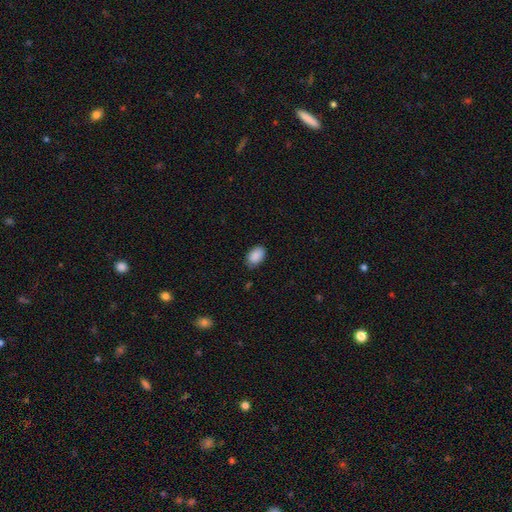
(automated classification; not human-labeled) The model was most divided on "merging": none: 78%, minor disturbance: 18%, major disturbance: 3%, merger: 1%. More confident: smooth or featured — smooth (89%); how rounded — in between (88%).